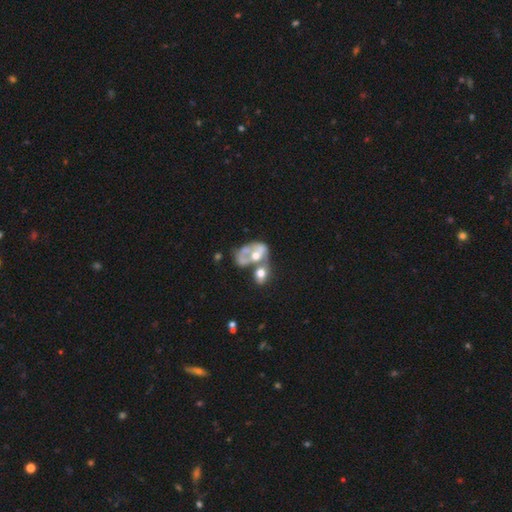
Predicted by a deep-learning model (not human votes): Morphology: type=featured or disk (56%); edge-on=no (96%); bar=no (85%); spiral arms=no (82%); bulge=moderate (56%); merging=merger (62%).